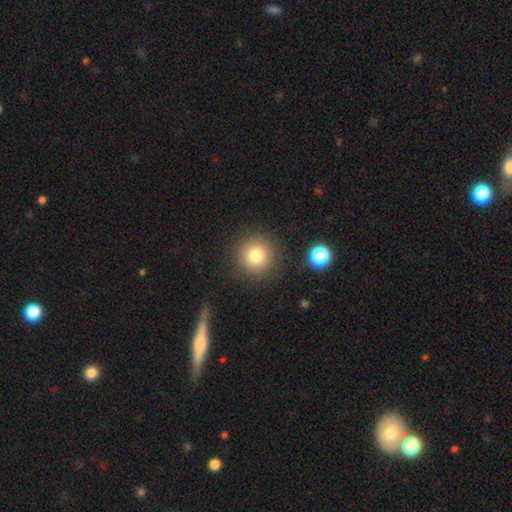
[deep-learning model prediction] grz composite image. It shows a smooth galaxy with no disk features (80%) that is round (94%). Merging: none (88%).